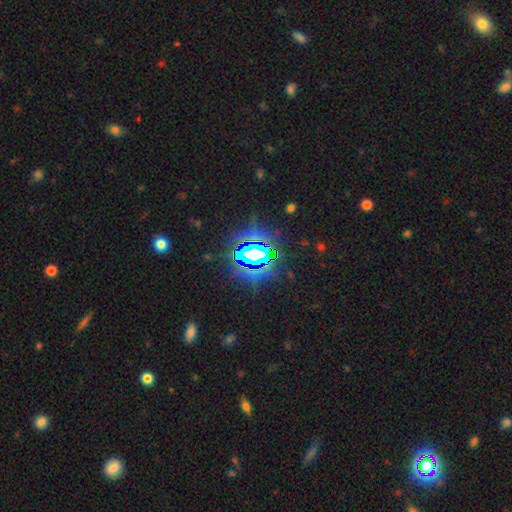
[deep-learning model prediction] Overall: star or artifact (78%).